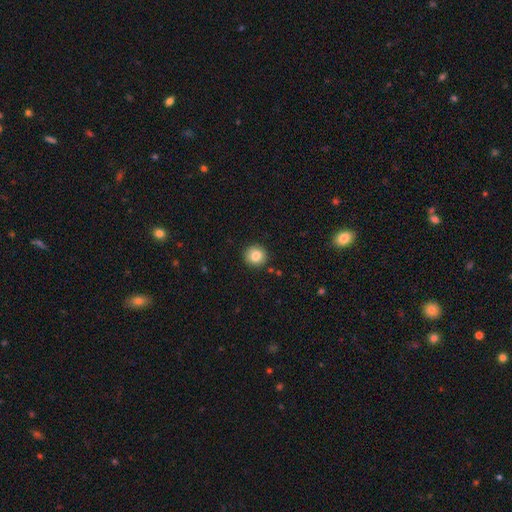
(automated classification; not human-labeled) A smooth galaxy with no disk features (84%) that is round (93%). Merging: none (91%).